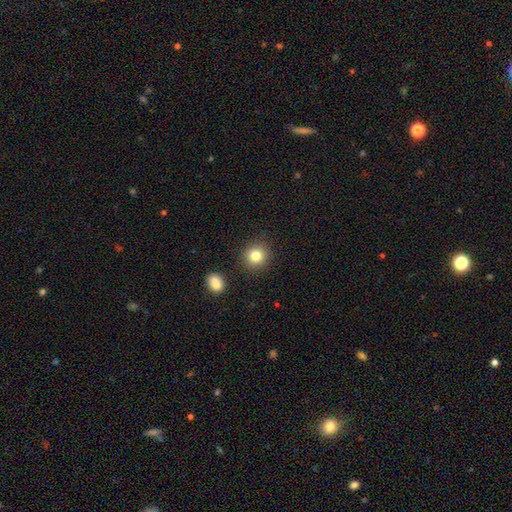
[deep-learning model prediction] Q: Smooth or featured?
A: smooth (82%); runner-up: star or artifact (11%)
Q: How rounded?
A: round (87%); runner-up: in between (12%)
Q: Merging?
A: none (87%); runner-up: minor disturbance (8%)